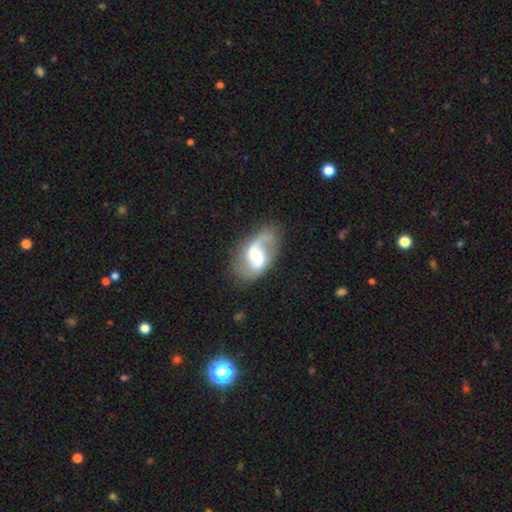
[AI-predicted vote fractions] This is clearly a featured or disk galaxy (83%). It is clearly not viewed edge-on (97%). Bar: possibly weak (47%). Spiral arm pattern: clearly yes (95%). Spiral arm count: clearly 2 (83%). Spiral winding: possibly loose (48%). Central bulge: possibly moderate (57%). Merging: likely none (69%).